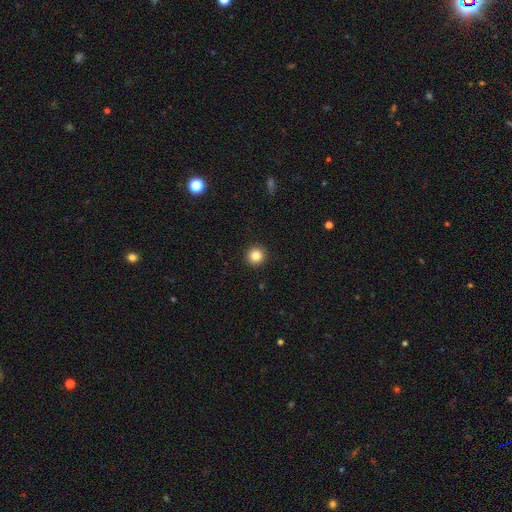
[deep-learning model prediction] A smooth galaxy with no disk features (84%) that is round (95%).

Vote fractions:
- Smooth or featured? smooth: 84% / star or artifact: 11% / featured or disk: 5%
- How rounded? round: 95% / in between: 4% / cigar-shaped: 1%
- Merging? none: 93% / minor disturbance: 4% / major disturbance: 2% / merger: 1%